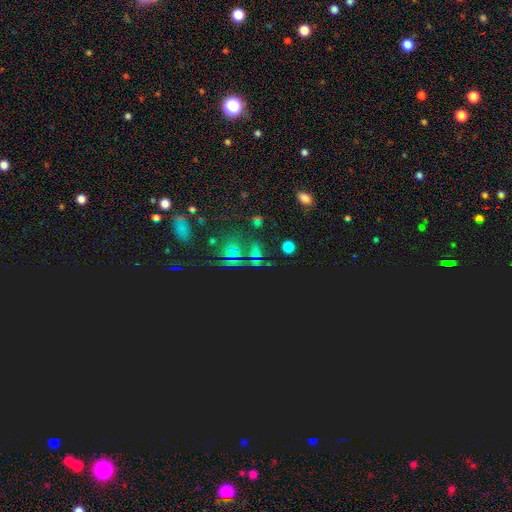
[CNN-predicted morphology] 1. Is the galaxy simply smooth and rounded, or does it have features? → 61% star or artifact, 26% smooth, 13% featured or disk.